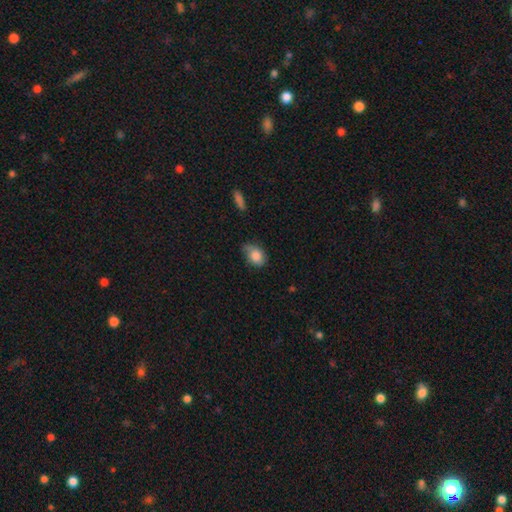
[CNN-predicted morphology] smooth_or_featured: smooth (p=0.81) [alt: featured or disk p=0.11]
how_rounded: in between (p=0.77) [alt: round p=0.22]
merging: none (p=0.49) [alt: minor disturbance p=0.39]